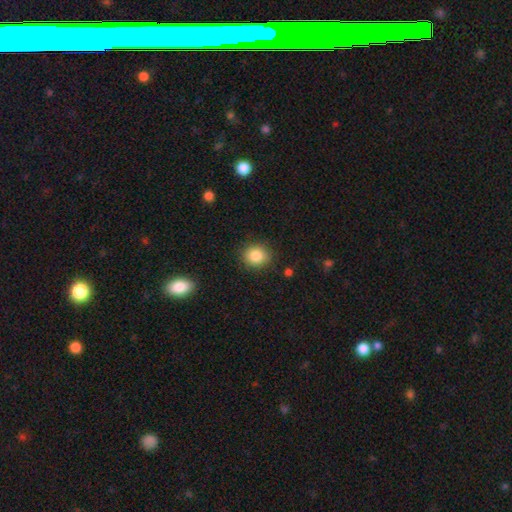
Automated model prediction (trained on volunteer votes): Morphology: type=smooth (86%); roundness=round (77%); merging=none (87%).